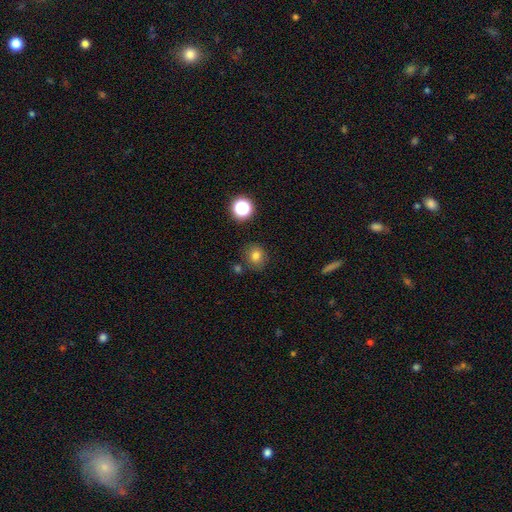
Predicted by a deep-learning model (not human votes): Overall: smooth (77%). How rounded: round (78%). Merging: none (81%).